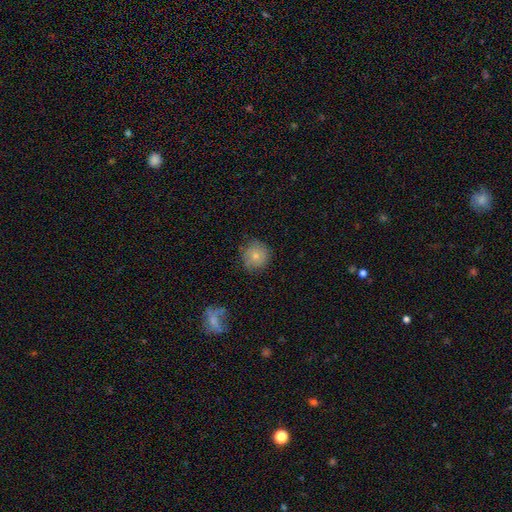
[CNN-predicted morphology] A smooth galaxy with no disk features (72%) that is round (91%). Merging: none (77%).